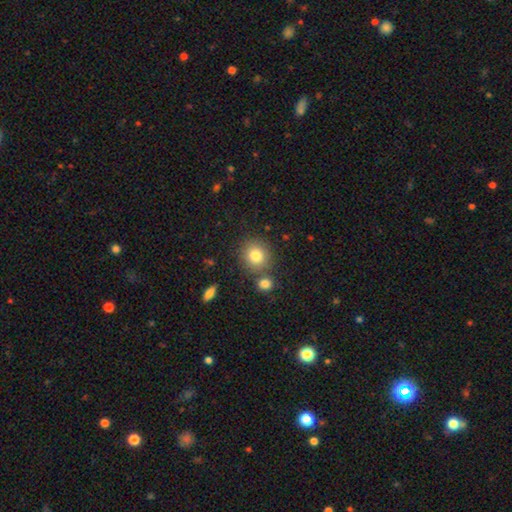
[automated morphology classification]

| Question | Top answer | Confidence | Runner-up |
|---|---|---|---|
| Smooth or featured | smooth | 81% | star or artifact (10%) |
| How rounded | round | 84% | in between (15%) |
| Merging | none | 74% | merger (14%) |